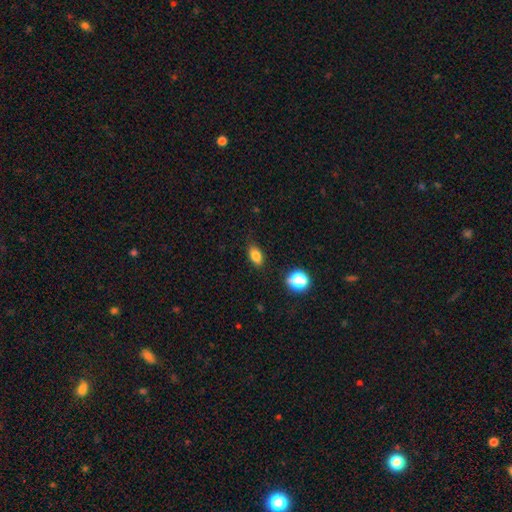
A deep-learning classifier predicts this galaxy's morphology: Smooth or featured?
  - smooth: 81% *
  - star or artifact: 11%
  - featured or disk: 8%
How rounded?
  - in between: 83% *
  - round: 12%
  - cigar-shaped: 5%
Merging?
  - none: 82% *
  - minor disturbance: 14%
  - major disturbance: 3%
  - merger: 2%